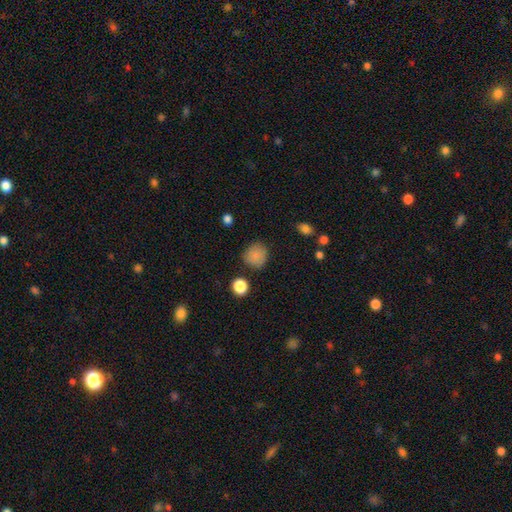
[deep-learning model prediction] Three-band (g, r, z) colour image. It shows a smooth galaxy with no disk features (82%) that is round (84%). Merging: none (77%).